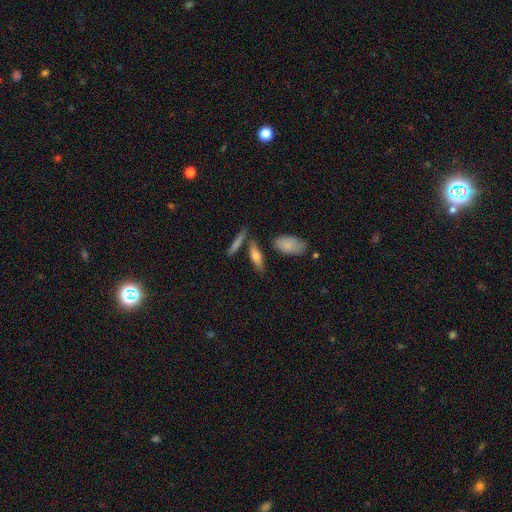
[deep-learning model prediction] smooth-or-featured: smooth: 67% | featured or disk: 26% | star or artifact: 7%
  how-rounded: cigar-shaped: 52% | in between: 45% | round: 3%
  merging: none: 73% | minor disturbance: 12% | merger: 11% | major disturbance: 4%